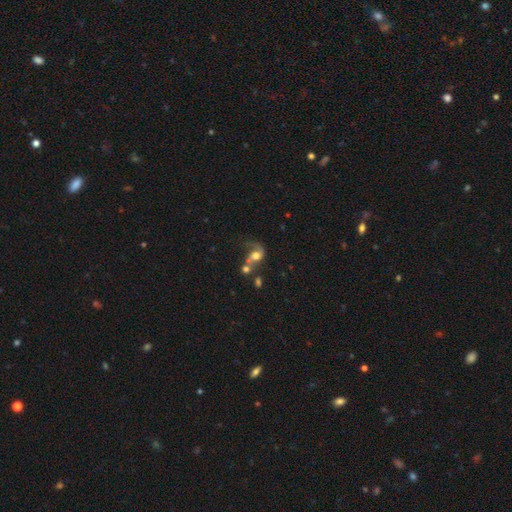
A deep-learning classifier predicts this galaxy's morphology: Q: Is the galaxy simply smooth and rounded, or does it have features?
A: featured or disk — 51%.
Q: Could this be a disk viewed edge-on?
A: no — 97%.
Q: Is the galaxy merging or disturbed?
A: merger — 46%.